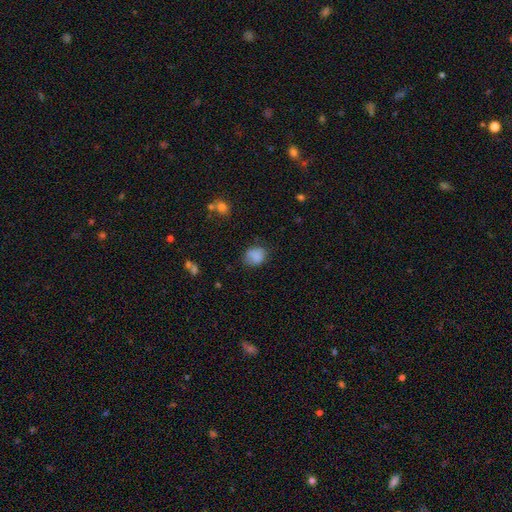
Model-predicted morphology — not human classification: smooth_or_featured: smooth (p=0.84) [alt: star or artifact p=0.09]
how_rounded: round (p=0.56) [alt: in between p=0.43]
merging: none (p=0.68) [alt: minor disturbance p=0.24]